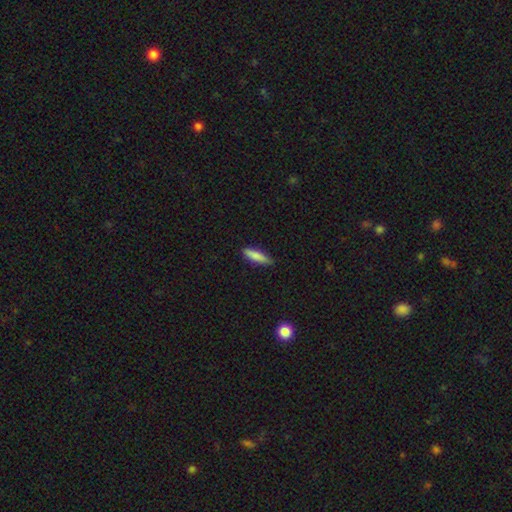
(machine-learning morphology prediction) Smooth or featured: smooth — 80% (featured or disk — 13%)
How rounded: cigar-shaped — 69% (in between — 29%)
Merging: none — 83% (minor disturbance — 14%)